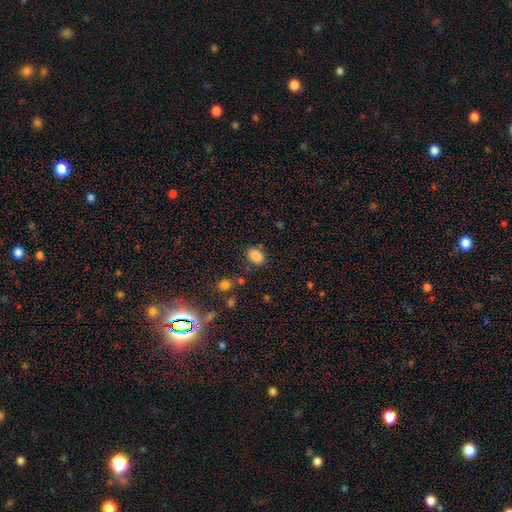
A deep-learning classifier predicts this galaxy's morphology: The model was most divided on "how rounded": in between: 66%, round: 33%, cigar-shaped: 1%. More confident: smooth or featured — smooth (85%); merging — none (77%).